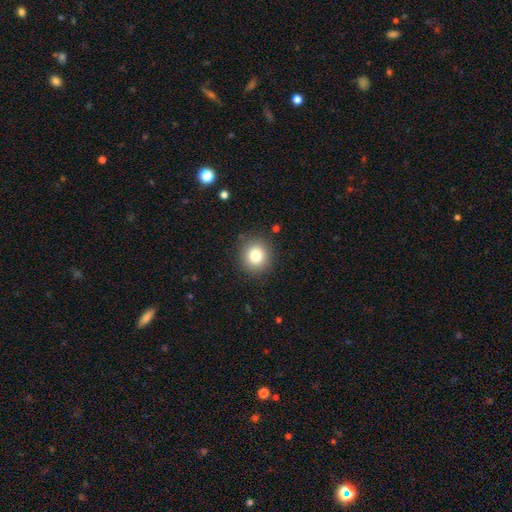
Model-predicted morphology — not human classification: This is clearly a smooth galaxy (81%). How rounded: clearly round (88%). Merging: clearly none (88%).